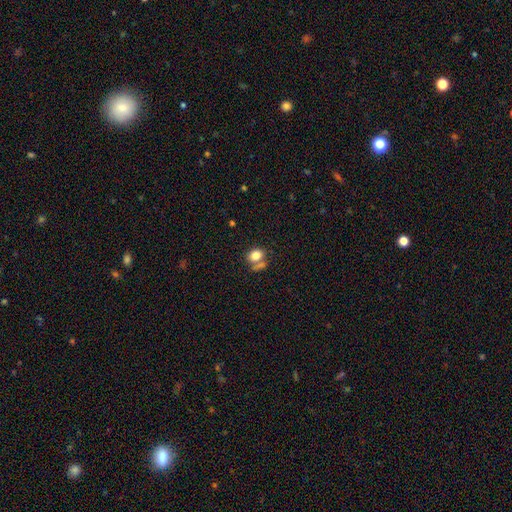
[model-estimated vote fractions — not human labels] Smooth or featured: smooth — 79% (star or artifact — 10%)
How rounded: in between — 50% (round — 48%)
Merging: none — 49% (merger — 31%)